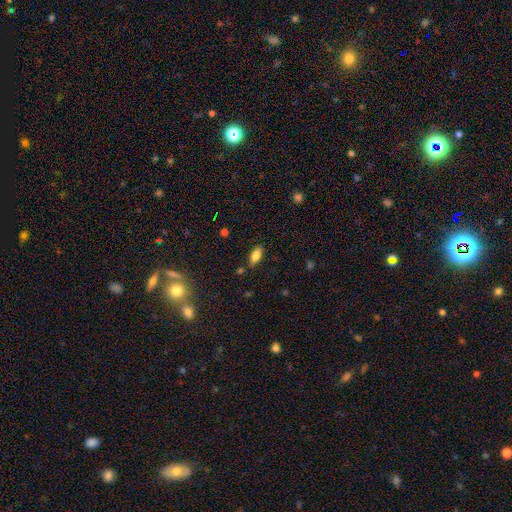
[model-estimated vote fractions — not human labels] Morphology: type=smooth (75%); roundness=in between (81%); merging=none (82%).